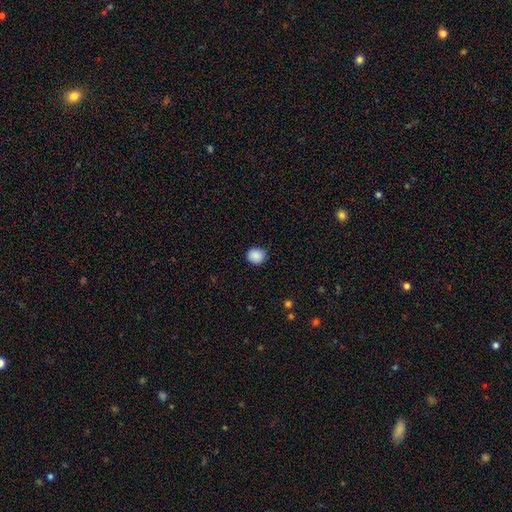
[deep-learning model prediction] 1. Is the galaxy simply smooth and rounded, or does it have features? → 89% smooth, 8% star or artifact, 3% featured or disk.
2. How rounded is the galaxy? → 80% round, 19% in between, 1% cigar-shaped.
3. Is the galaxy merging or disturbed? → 87% none, 10% minor disturbance, 2% major disturbance, 1% merger.